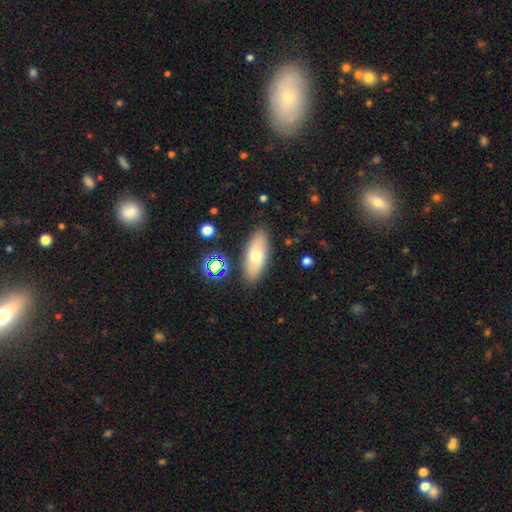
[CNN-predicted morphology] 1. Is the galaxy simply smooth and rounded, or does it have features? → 65% smooth, 27% featured or disk, 8% star or artifact.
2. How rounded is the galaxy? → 81% in between, 16% cigar-shaped, 3% round.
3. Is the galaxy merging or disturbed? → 85% none, 10% minor disturbance, 3% merger, 2% major disturbance.